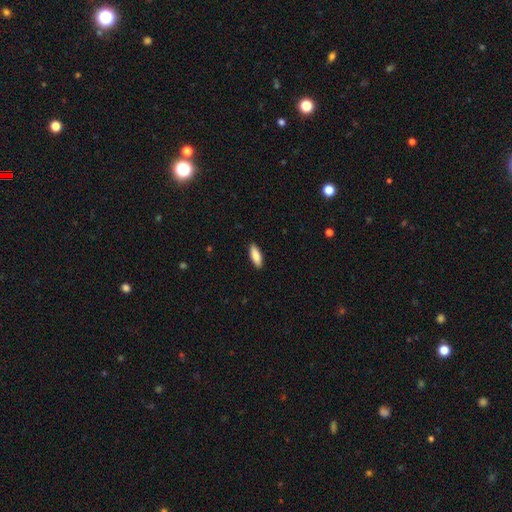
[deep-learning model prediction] Overall: smooth (87%). How rounded: in between (69%; cigar-shaped 29%). Merging: none (90%).